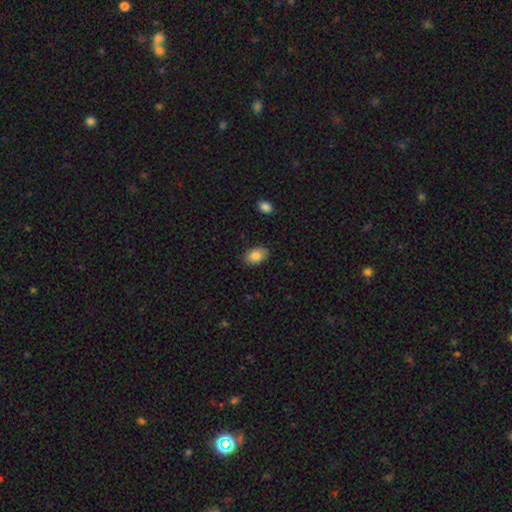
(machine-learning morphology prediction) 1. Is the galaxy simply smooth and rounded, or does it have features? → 83% smooth, 9% featured or disk, 7% star or artifact.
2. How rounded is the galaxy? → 90% in between, 9% round, 1% cigar-shaped.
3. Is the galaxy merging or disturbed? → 87% none, 10% minor disturbance, 2% major disturbance, 1% merger.